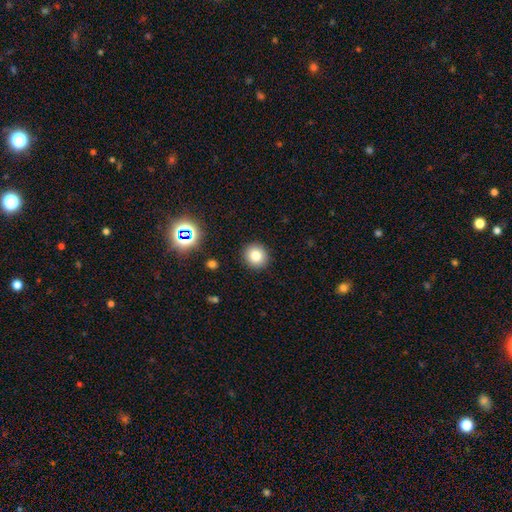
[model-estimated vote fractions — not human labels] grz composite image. It shows a smooth galaxy with no disk features (81%) that is round (90%). Merging: none (91%).